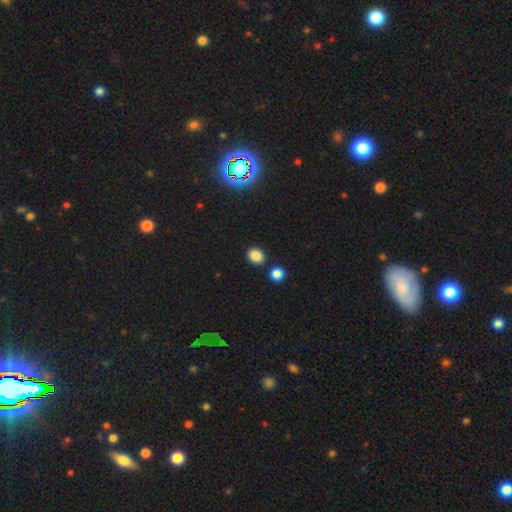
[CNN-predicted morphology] Q: Smooth or featured?
A: smooth (84%); runner-up: star or artifact (11%)
Q: How rounded?
A: round (54%); runner-up: in between (45%)
Q: Merging?
A: none (81%); runner-up: minor disturbance (9%)